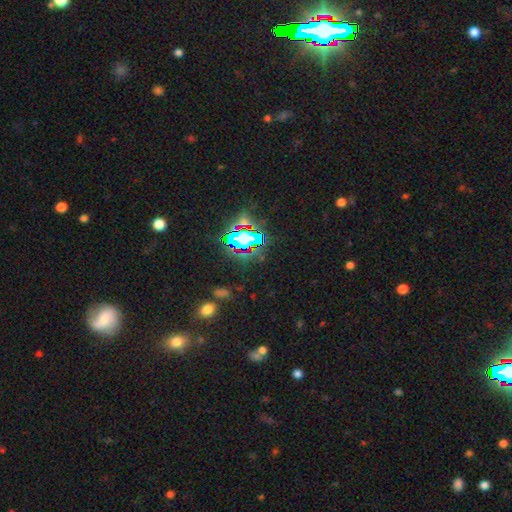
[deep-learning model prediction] star or artifact 81%, smooth 12%, featured or disk 8%.